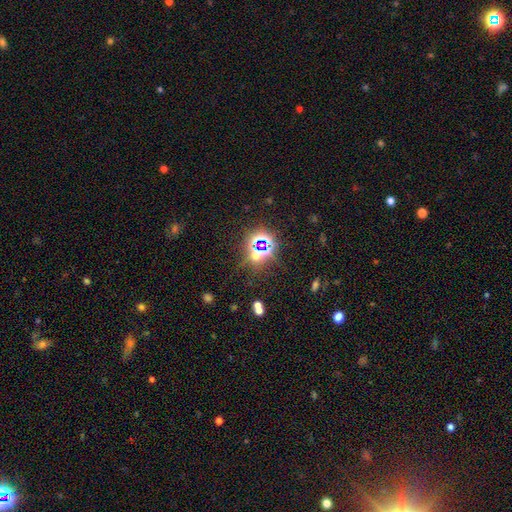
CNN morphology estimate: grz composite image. It shows a star or artifact, not a galaxy (72%).